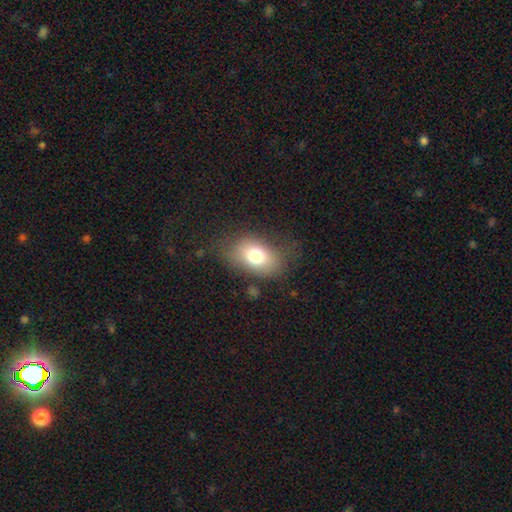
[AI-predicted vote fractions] Smooth or featured?
  - smooth: 74% *
  - featured or disk: 16%
  - star or artifact: 10%
How rounded?
  - in between: 81% *
  - round: 18%
  - cigar-shaped: 1%
Merging?
  - none: 70% *
  - minor disturbance: 19%
  - major disturbance: 9%
  - merger: 2%